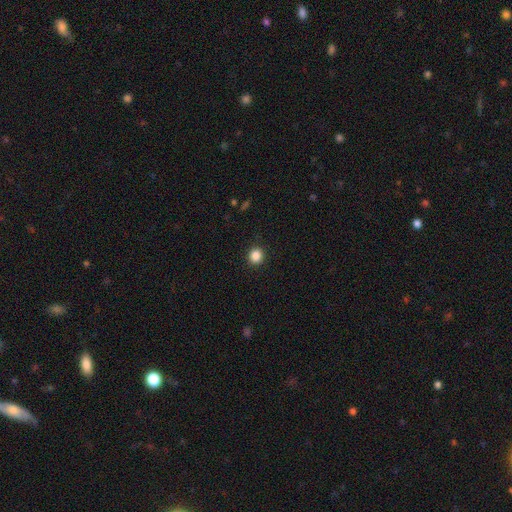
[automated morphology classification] This appears to be a smooth galaxy with no disk features (87%) that is round (91%). Merging: none (92%).